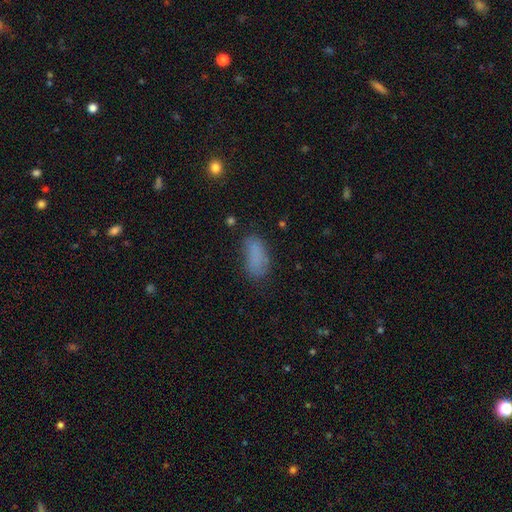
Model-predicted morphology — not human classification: A smooth galaxy with no disk features (79%) that is in between round and cigar-shaped (85%). Merging: none (61%).